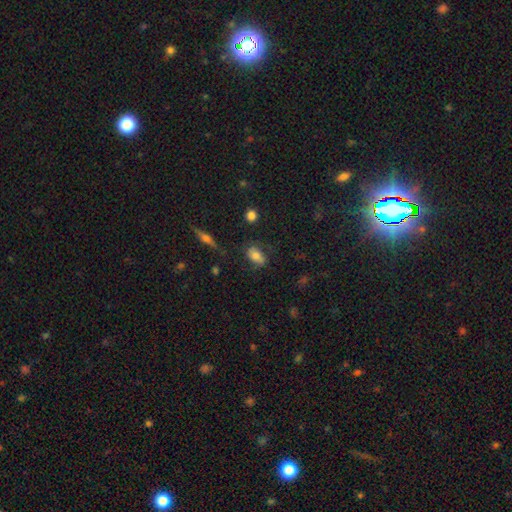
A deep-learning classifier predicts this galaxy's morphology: smooth-or-featured: smooth: 67% | featured or disk: 23% | star or artifact: 9%
  how-rounded: in between: 86% | round: 11% | cigar-shaped: 4%
  merging: none: 69% | minor disturbance: 20% | major disturbance: 8% | merger: 3%